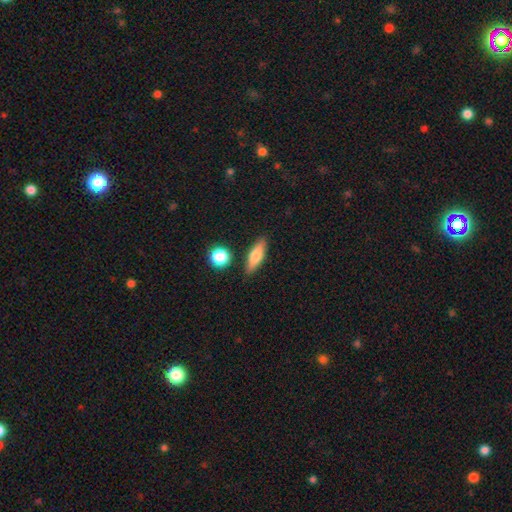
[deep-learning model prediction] Q: Smooth or featured?
A: smooth (68%); runner-up: featured or disk (24%)
Q: How rounded?
A: cigar-shaped (49%); runner-up: in between (46%)
Q: Merging?
A: none (84%); runner-up: minor disturbance (10%)